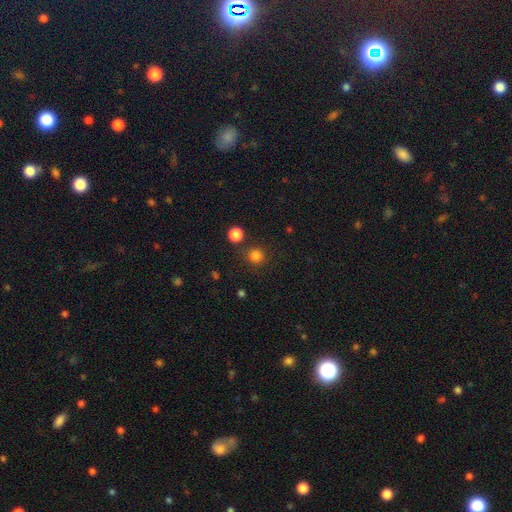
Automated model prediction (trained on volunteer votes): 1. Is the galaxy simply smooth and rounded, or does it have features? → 81% smooth, 15% star or artifact, 4% featured or disk.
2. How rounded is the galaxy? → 93% round, 6% in between, 1% cigar-shaped.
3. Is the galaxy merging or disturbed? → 85% none, 7% minor disturbance, 5% merger, 3% major disturbance.